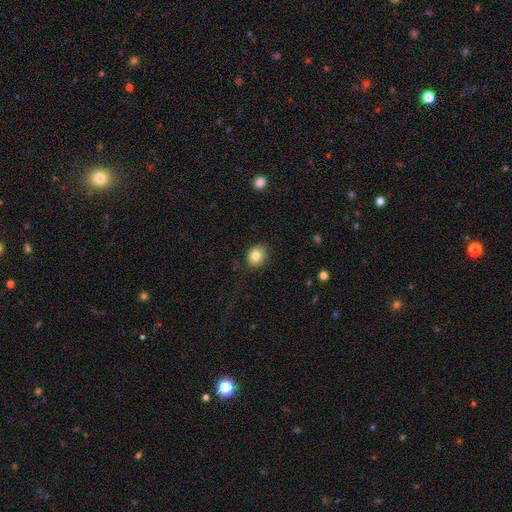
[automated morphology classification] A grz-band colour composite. It shows a smooth galaxy with no disk features (83%) that is round (66%). Merging: none (83%).